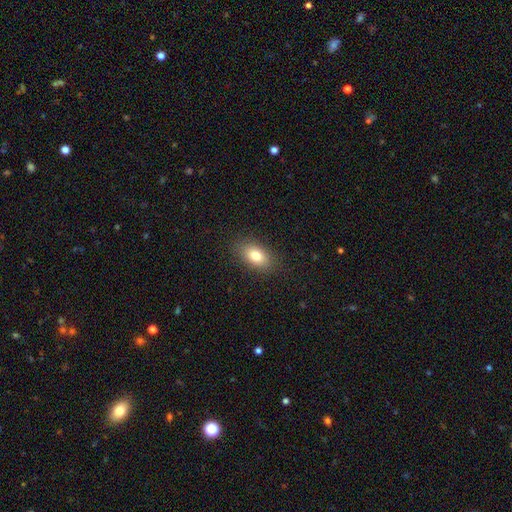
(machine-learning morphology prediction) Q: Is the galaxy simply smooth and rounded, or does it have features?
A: smooth — 81%.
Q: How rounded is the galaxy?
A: in between — 89%.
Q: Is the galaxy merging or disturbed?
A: none — 87%.